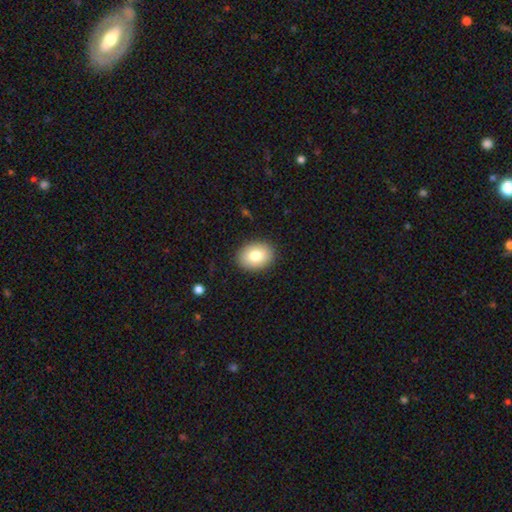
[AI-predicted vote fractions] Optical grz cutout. It shows a smooth galaxy with no disk features (80%) that is in between round and cigar-shaped (67%). Merging: none (89%).